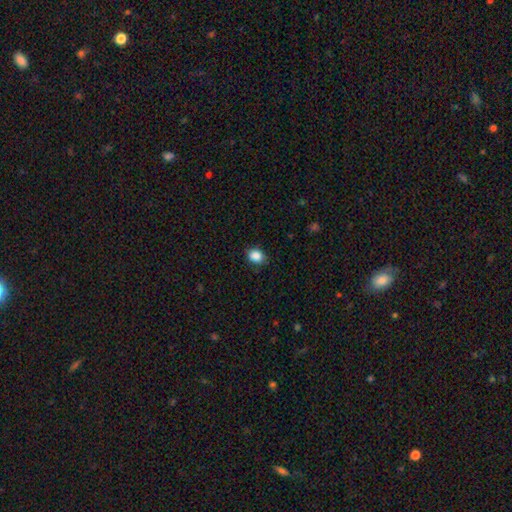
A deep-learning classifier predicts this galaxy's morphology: A smooth galaxy with no disk features (87%) that is in between round and cigar-shaped (56%). Merging: none (84%).